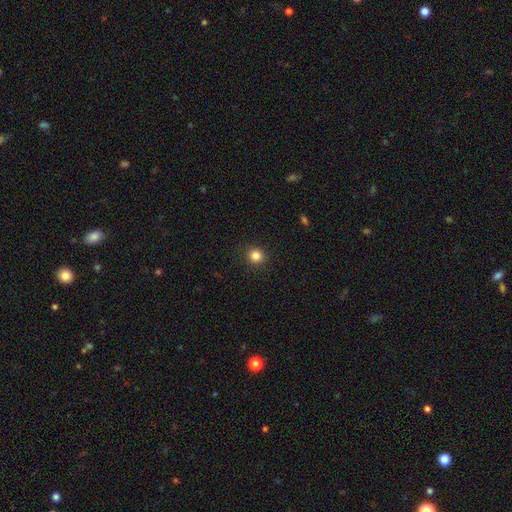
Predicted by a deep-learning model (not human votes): A smooth galaxy with no disk features (84%) that is round (92%).

Vote fractions:
- Smooth or featured? smooth: 84% / star or artifact: 12% / featured or disk: 4%
- How rounded? round: 92% / in between: 7% / cigar-shaped: 1%
- Merging? none: 92% / minor disturbance: 5% / major disturbance: 2% / merger: 1%